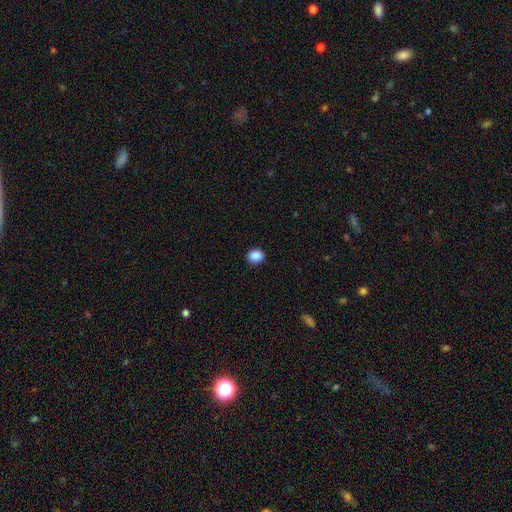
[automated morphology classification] Smooth or featured? smooth (89%)
How rounded? round (63%)
Merging? none (91%)